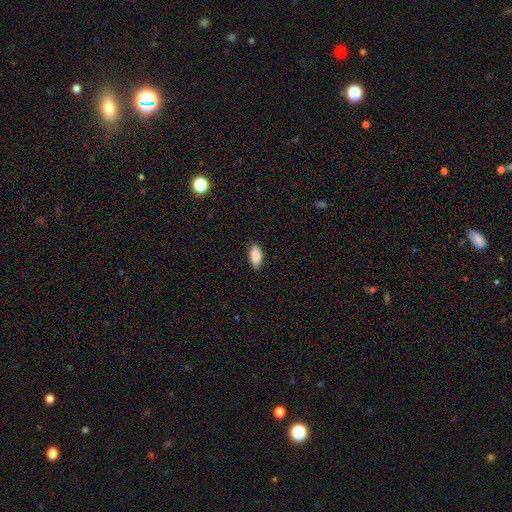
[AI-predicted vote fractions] This is clearly a smooth galaxy (88%). How rounded: clearly in between (91%). Merging: clearly none (83%).